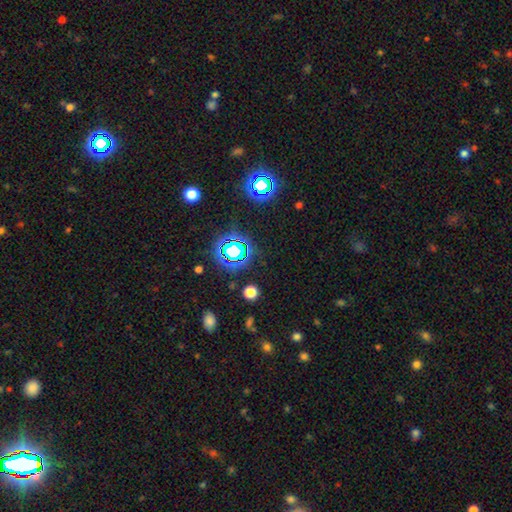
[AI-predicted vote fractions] Morphology: type=star or artifact (78%).